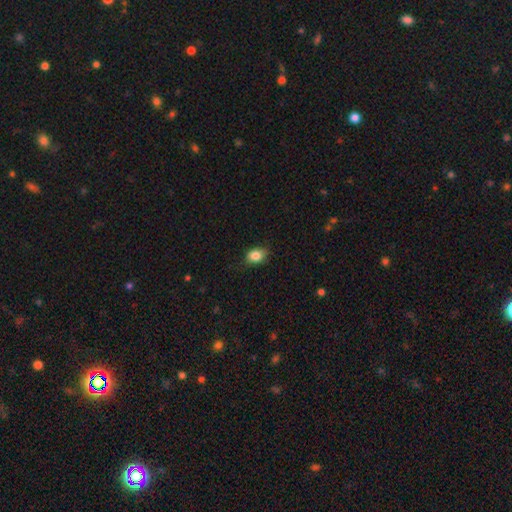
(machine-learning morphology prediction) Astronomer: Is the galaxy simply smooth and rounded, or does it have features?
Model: smooth — 85%.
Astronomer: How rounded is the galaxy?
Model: in between — 70%.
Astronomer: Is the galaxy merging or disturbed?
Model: none — 74%.